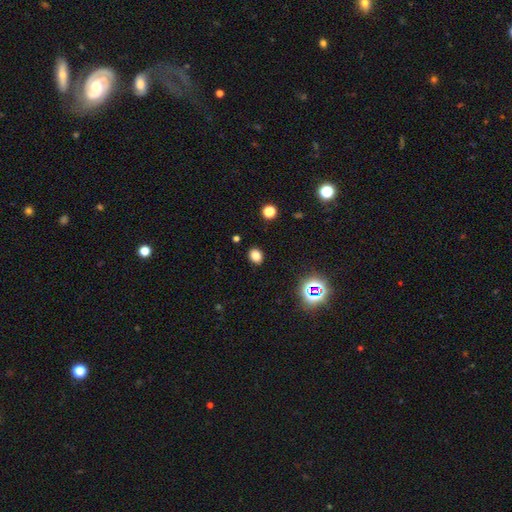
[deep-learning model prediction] Smooth or featured? Predicted: smooth (p=0.78). How rounded? Predicted: round (p=0.51). Merging? Predicted: none (p=0.89).